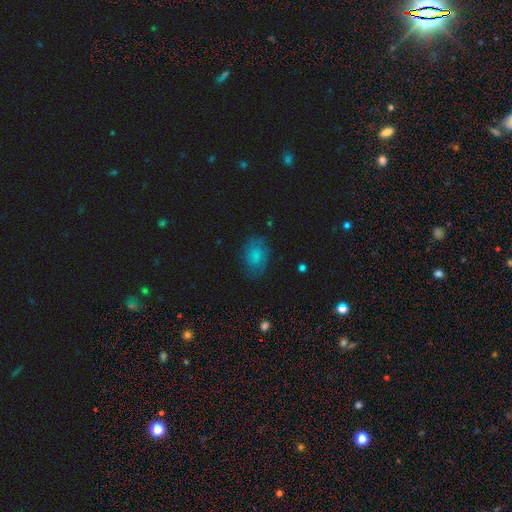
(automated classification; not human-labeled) Overall: smooth (60%; featured or disk 28%). How rounded: in between (69%). Merging: none (70%).